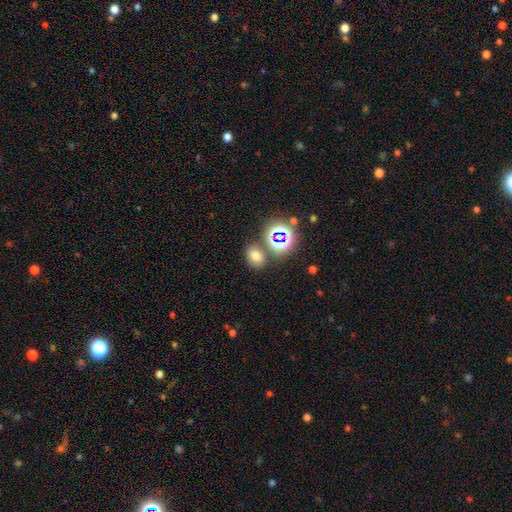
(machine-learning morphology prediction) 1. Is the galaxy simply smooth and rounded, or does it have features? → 67% smooth, 25% star or artifact, 8% featured or disk.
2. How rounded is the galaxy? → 58% in between, 40% round, 1% cigar-shaped.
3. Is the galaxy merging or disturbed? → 73% none, 12% merger, 11% minor disturbance, 4% major disturbance.